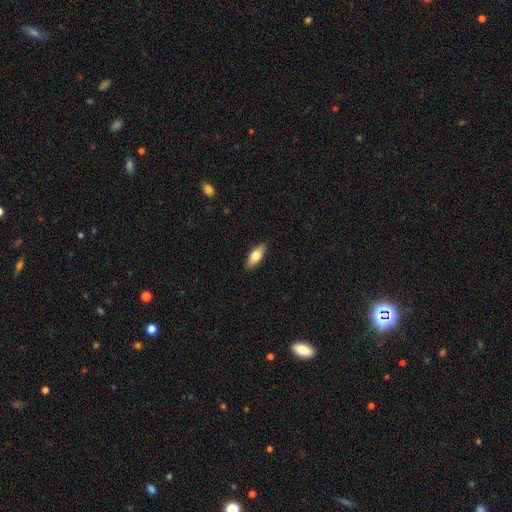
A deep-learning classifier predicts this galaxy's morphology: Smooth or featured? smooth (72%)
How rounded? in between (76%)
Merging? none (89%)